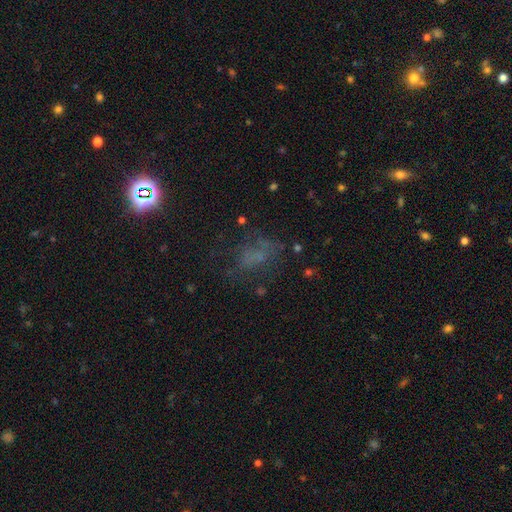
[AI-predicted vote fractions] A smooth galaxy with no disk features (37%). Merging: none (52%).